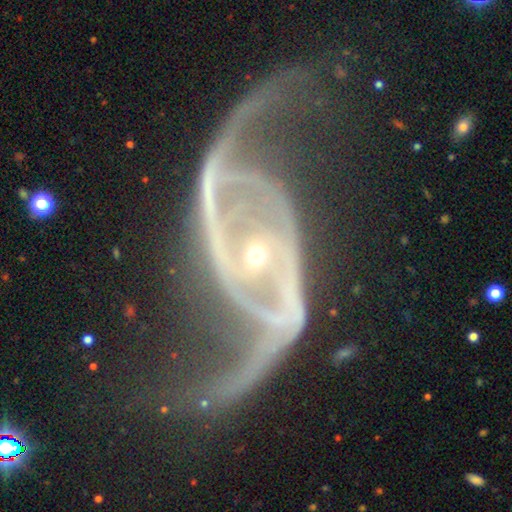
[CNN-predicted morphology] Q: Smooth or featured?
A: featured or disk (93%); runner-up: star or artifact (5%)
Q: Edge-on disk?
A: no (97%); runner-up: yes (3%)
Q: Bar?
A: strong (37%); runner-up: no (36%)
Q: Spiral arms?
A: yes (98%); runner-up: no (2%)
Q: Spiral winding?
A: loose (65%); runner-up: medium (27%)
Q: Spiral arm count?
A: 2 (94%); runner-up: can't tell (1%)
Q: Bulge size?
A: small (81%); runner-up: moderate (15%)
Q: Merging?
A: none (62%); runner-up: major disturbance (18%)